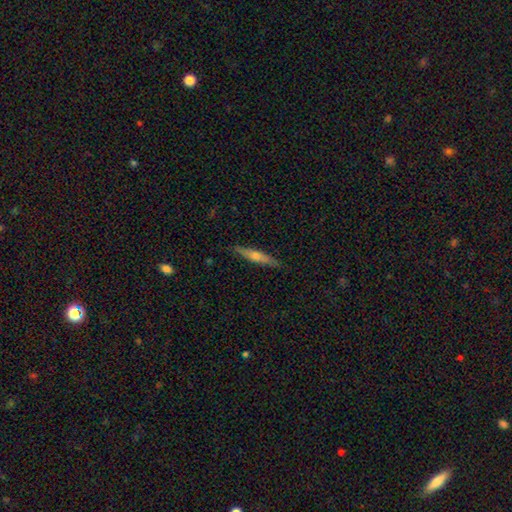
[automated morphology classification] smooth-or-featured: featured or disk: 56% | smooth: 38% | star or artifact: 6%
  disk-edge-on: yes: 95% | no: 5%
    edge-on-bulge: rounded: 84% | none: 12% | boxy: 4%
  merging: none: 89% | minor disturbance: 9% | major disturbance: 2% | merger: 1%